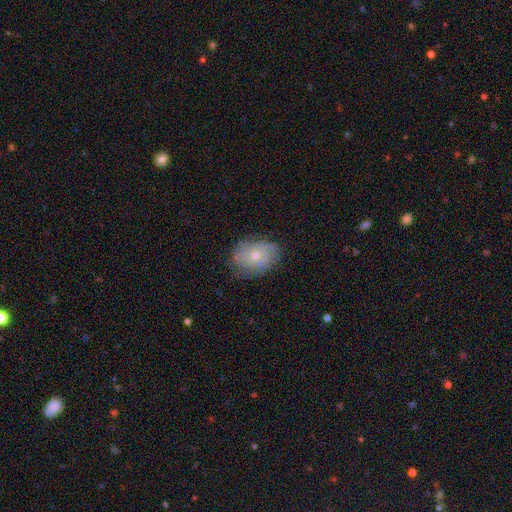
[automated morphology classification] smooth-or-featured: featured or disk: 48% | smooth: 44% | star or artifact: 8%
  merging: none: 73% | minor disturbance: 20% | major disturbance: 6% | merger: 1%